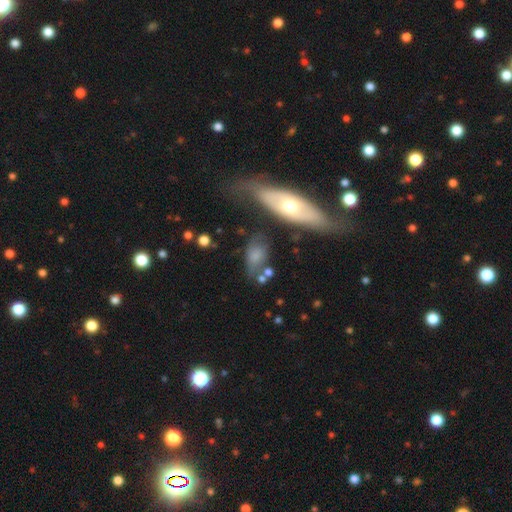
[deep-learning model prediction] smooth_or_featured: smooth (p=0.62) [alt: featured or disk p=0.29]
how_rounded: in between (p=0.78) [alt: cigar-shaped p=0.12]
merging: none (p=0.52) [alt: minor disturbance p=0.24]